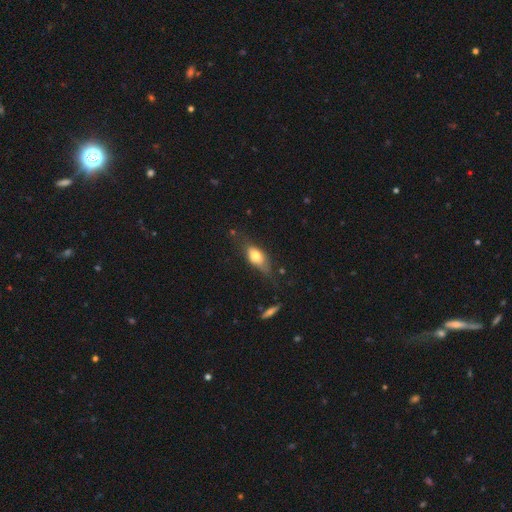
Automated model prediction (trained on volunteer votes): A smooth galaxy with no disk features (65%) that is in between round and cigar-shaped (78%).

Vote fractions:
- Smooth or featured? smooth: 65% / featured or disk: 27% / star or artifact: 8%
- How rounded? in between: 78% / cigar-shaped: 17% / round: 6%
- Merging? none: 55% / minor disturbance: 28% / major disturbance: 13% / merger: 3%